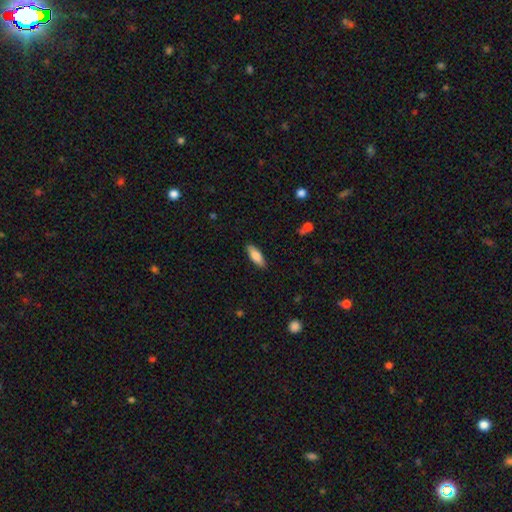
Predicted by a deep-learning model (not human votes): This appears to be a smooth galaxy with no disk features (82%) that is in between round and cigar-shaped (62%). Merging: none (88%).